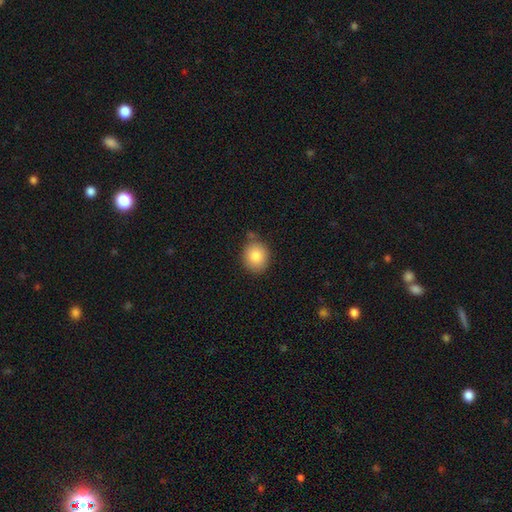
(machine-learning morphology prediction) This appears to be a smooth galaxy with no disk features (83%) that is round (75%). Merging: none (73%).